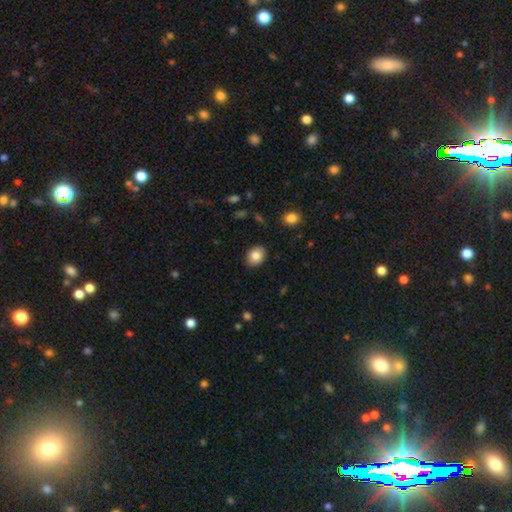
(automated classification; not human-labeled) A smooth galaxy with no disk features (85%) that is in between round and cigar-shaped (50%).

Vote fractions:
- Smooth or featured? smooth: 85% / star or artifact: 9% / featured or disk: 7%
- How rounded? in between: 50% / round: 49% / cigar-shaped: 1%
- Merging? none: 87% / minor disturbance: 10% / major disturbance: 2% / merger: 1%